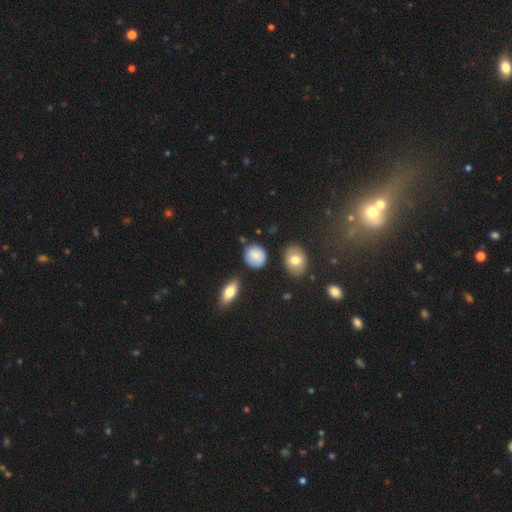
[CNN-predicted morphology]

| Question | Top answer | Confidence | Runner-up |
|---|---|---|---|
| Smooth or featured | smooth | 83% | featured or disk (9%) |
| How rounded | round | 70% | in between (29%) |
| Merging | none | 78% | minor disturbance (15%) |